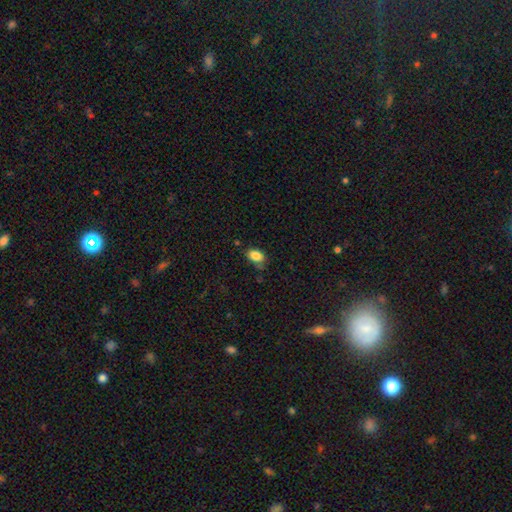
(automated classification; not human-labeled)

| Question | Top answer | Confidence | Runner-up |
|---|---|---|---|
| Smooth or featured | smooth | 85% | star or artifact (9%) |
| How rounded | in between | 85% | round (14%) |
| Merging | none | 70% | minor disturbance (22%) |